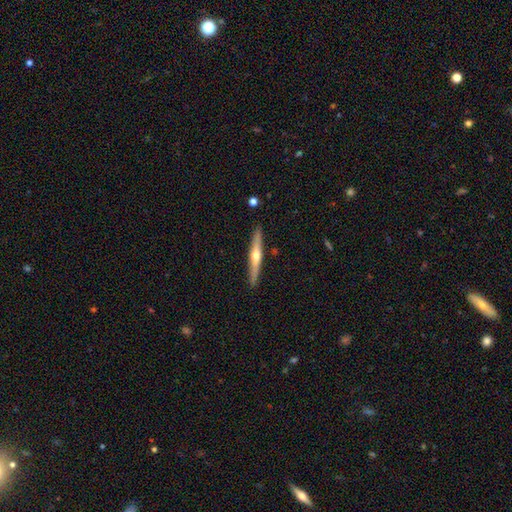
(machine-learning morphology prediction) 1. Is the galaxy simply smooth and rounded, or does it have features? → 64% featured or disk, 31% smooth, 5% star or artifact.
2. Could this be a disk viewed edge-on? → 96% yes, 4% no.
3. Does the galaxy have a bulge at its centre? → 89% rounded, 9% none, 2% boxy.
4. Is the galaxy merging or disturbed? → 90% none, 7% minor disturbance, 1% major disturbance, 1% merger.